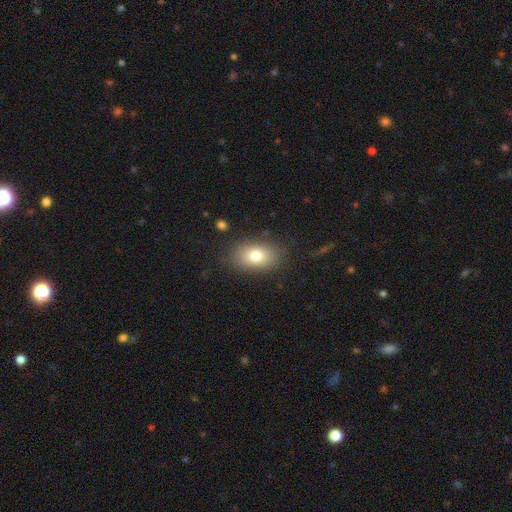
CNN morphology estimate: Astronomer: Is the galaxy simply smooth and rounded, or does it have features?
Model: smooth — 78%.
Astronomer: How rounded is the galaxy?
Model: in between — 84%.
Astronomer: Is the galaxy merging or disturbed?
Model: none — 83%.